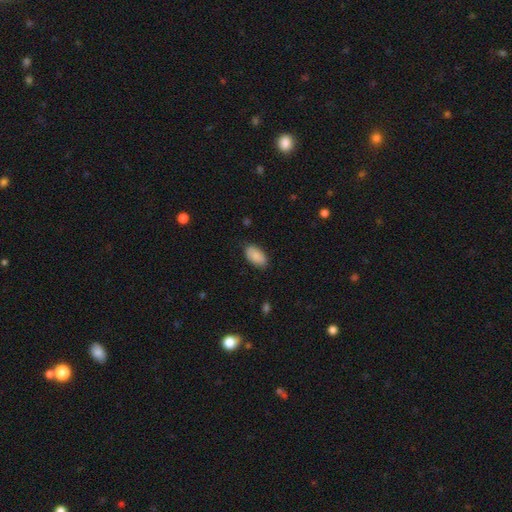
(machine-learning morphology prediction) A smooth galaxy with no disk features (86%) that is in between round and cigar-shaped (95%). Merging: none (84%).